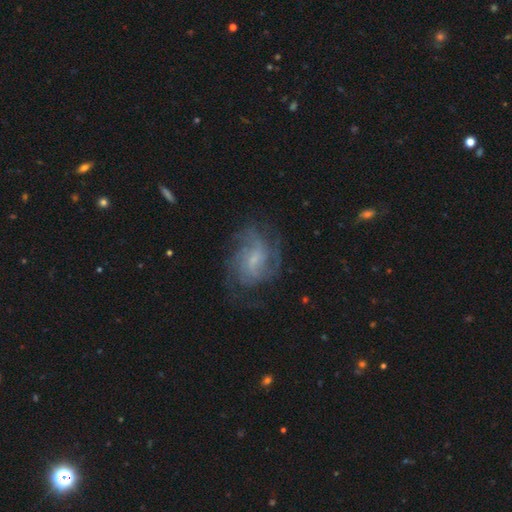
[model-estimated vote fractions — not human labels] The model was most divided on "bar": no: 46%, weak: 44%, strong: 9%. Remaining: edge-on disk — no (97%); spiral arms — yes (94%); merging — none (73%); smooth or featured — featured or disk (72%); bulge size — small (53%); spiral winding — medium (44%); spiral arm count — can't tell (32%).